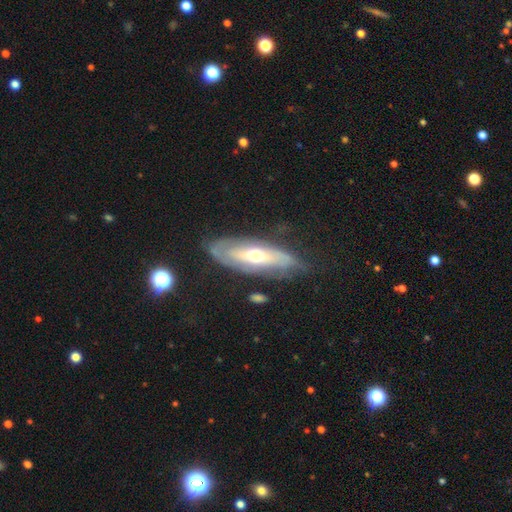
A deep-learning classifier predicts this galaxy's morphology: Q: Smooth or featured?
A: featured or disk (65%); runner-up: smooth (30%)
Q: Edge-on disk?
A: no (70%); runner-up: yes (30%)
Q: Merging?
A: none (62%); runner-up: minor disturbance (25%)